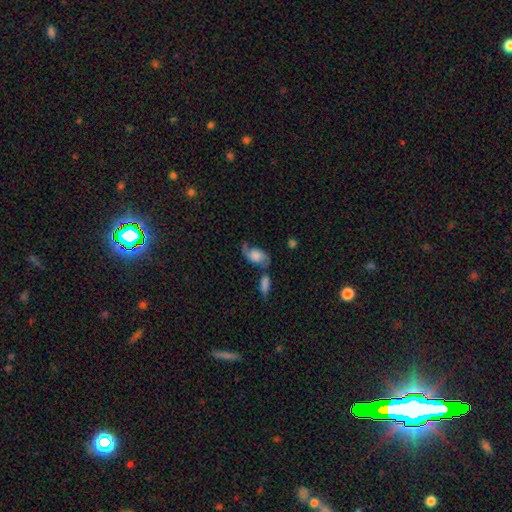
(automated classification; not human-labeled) Q: Smooth or featured?
A: smooth (48%); runner-up: featured or disk (44%)
Q: Merging?
A: none (39%); runner-up: merger (24%)